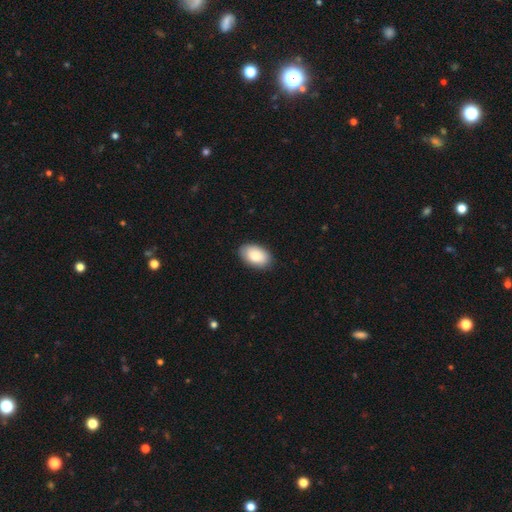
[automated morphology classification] Q: Smooth or featured?
A: smooth (86%); runner-up: featured or disk (8%)
Q: How rounded?
A: in between (94%); runner-up: round (5%)
Q: Merging?
A: none (86%); runner-up: minor disturbance (11%)